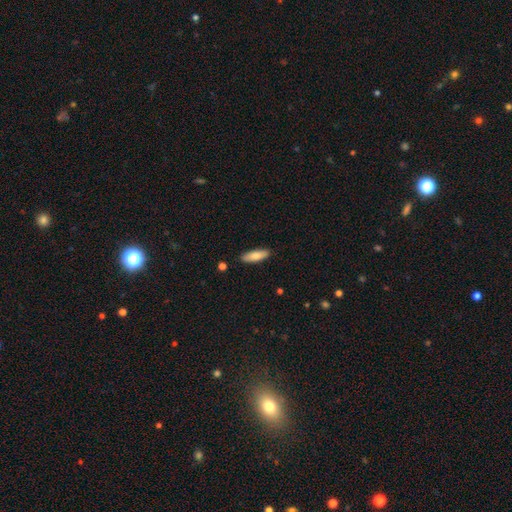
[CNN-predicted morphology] smooth 79%, featured or disk 15%, star or artifact 6%. Down the decision tree: how rounded — in between (53%); merging — none (88%).